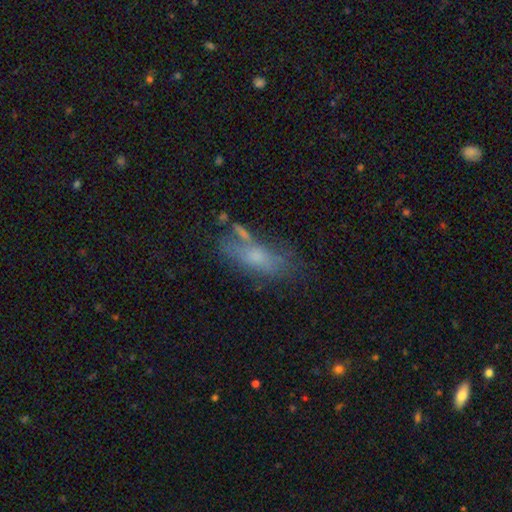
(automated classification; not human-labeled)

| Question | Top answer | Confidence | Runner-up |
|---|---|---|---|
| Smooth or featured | smooth | 53% | featured or disk (35%) |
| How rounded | in between | 65% | cigar-shaped (31%) |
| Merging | none | 48% | minor disturbance (24%) |